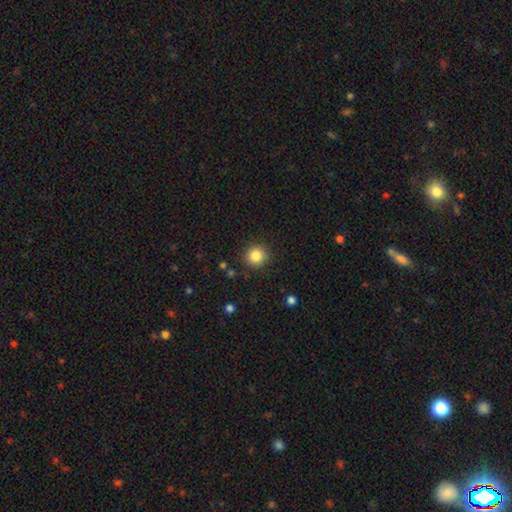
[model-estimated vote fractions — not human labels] Smooth or featured? smooth (85%)
How rounded? round (93%)
Merging? none (90%)